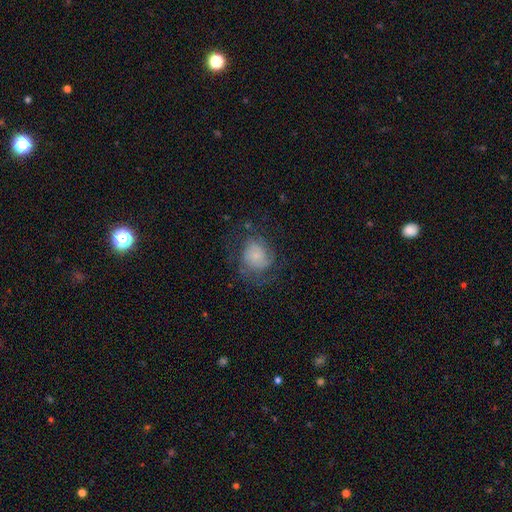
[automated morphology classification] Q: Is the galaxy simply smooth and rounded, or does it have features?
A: featured or disk — 46%.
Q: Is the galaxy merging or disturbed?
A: none — 55%.